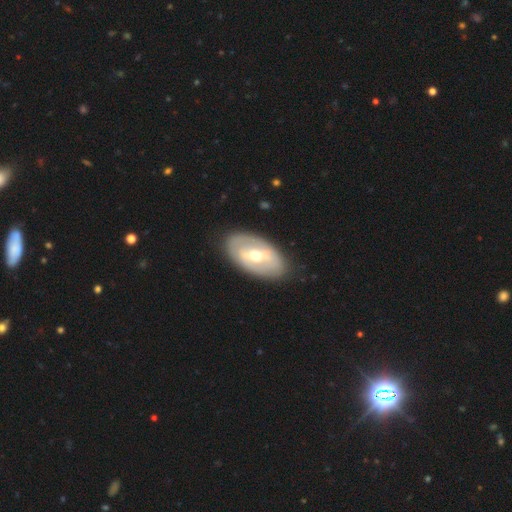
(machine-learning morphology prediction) A featured or disk galaxy (64%) with a weak bar (40%), no spiral arms (59%) and a moderate central bulge (69%). Merging: none (83%).